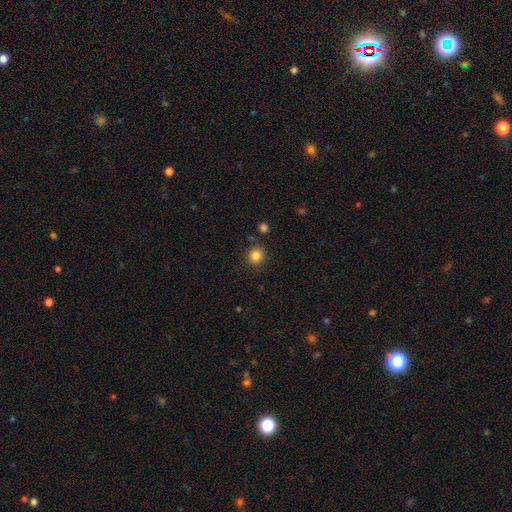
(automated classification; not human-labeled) smooth_or_featured: smooth (p=0.85) [alt: star or artifact p=0.11]
how_rounded: round (p=0.90) [alt: in between p=0.09]
merging: none (p=0.87) [alt: minor disturbance p=0.07]